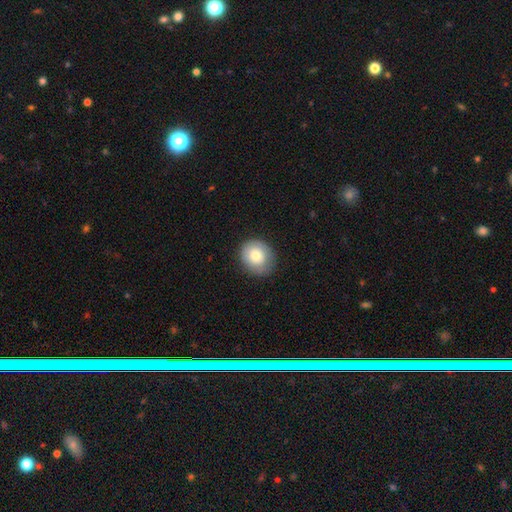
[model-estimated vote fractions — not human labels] smooth_or_featured: smooth (p=0.74) [alt: featured or disk p=0.18]
how_rounded: round (p=0.80) [alt: in between p=0.19]
merging: none (p=0.80) [alt: minor disturbance p=0.15]